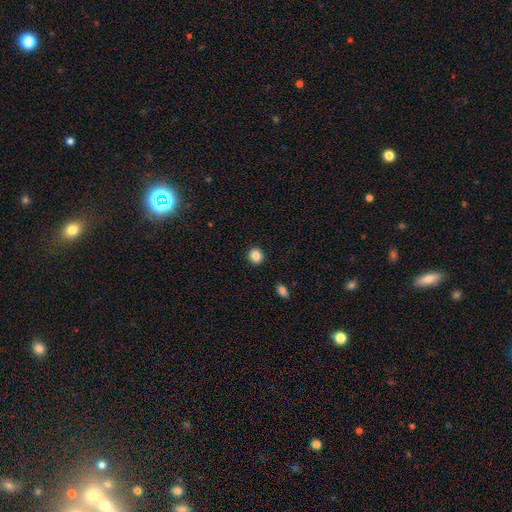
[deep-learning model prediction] smooth_or_featured: smooth (p=0.86) [alt: star or artifact p=0.10]
how_rounded: round (p=0.89) [alt: in between p=0.10]
merging: none (p=0.92) [alt: minor disturbance p=0.05]